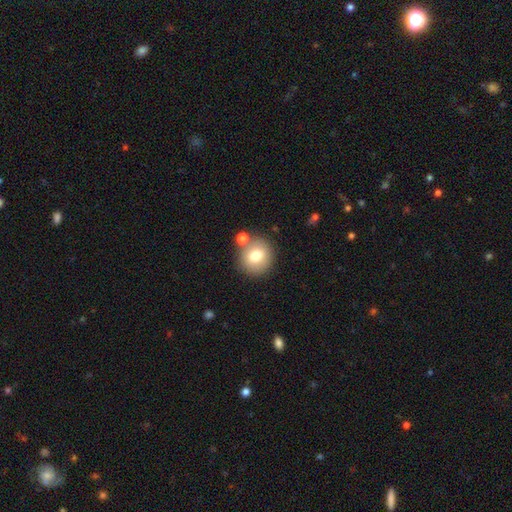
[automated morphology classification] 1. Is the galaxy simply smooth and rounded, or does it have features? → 77% smooth, 14% featured or disk, 9% star or artifact.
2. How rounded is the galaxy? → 83% round, 17% in between, 1% cigar-shaped.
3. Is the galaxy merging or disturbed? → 75% none, 11% merger, 10% minor disturbance, 3% major disturbance.